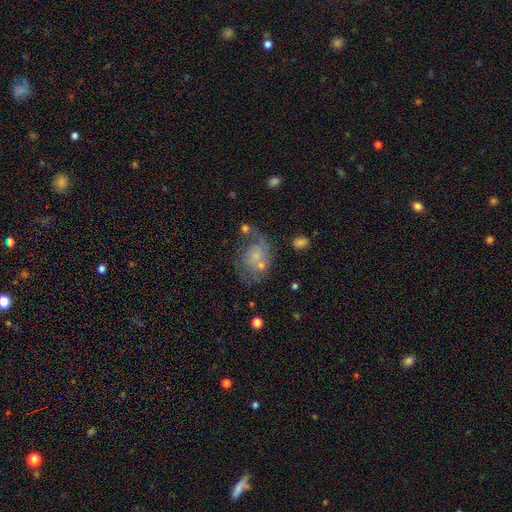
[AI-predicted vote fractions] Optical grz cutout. It shows a featured or disk galaxy (54%) with no bar (78%), spiral arms (67%) and a small central bulge (51%). Merging: none (38%).